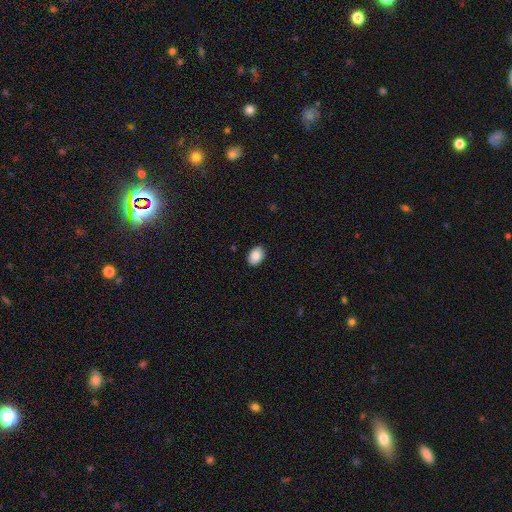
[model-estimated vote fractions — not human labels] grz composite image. It shows a smooth galaxy with no disk features (89%) that is in between round and cigar-shaped (82%). Merging: none (88%).